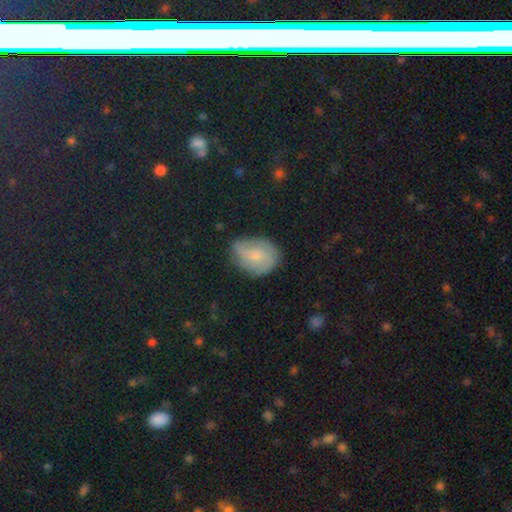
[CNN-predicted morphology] This appears to be a smooth galaxy with no disk features (48%). Merging: none (65%).